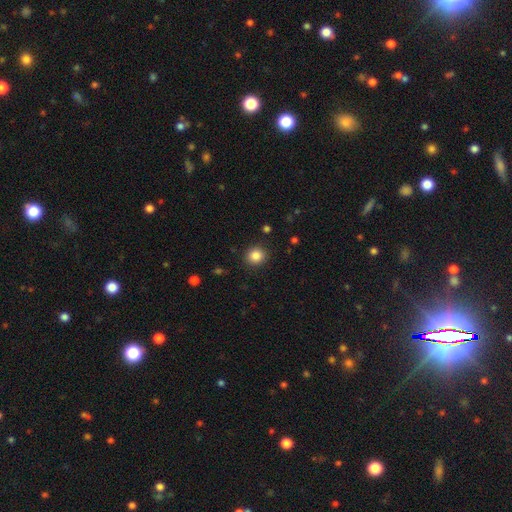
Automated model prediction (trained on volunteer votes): Smooth or featured?
  - smooth: 85% *
  - star or artifact: 10%
  - featured or disk: 4%
How rounded?
  - round: 86% *
  - in between: 13%
  - cigar-shaped: 1%
Merging?
  - none: 90% *
  - minor disturbance: 6%
  - major disturbance: 2%
  - merger: 1%